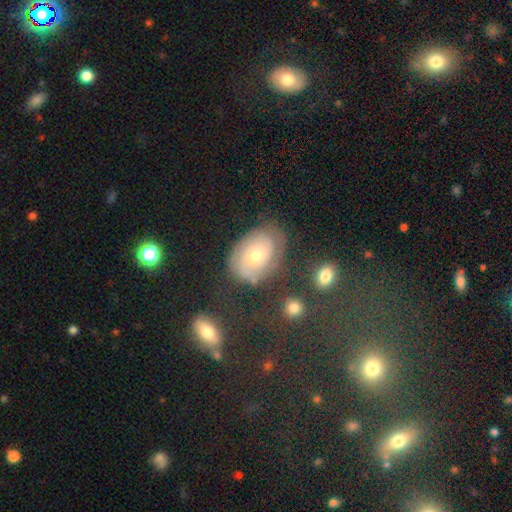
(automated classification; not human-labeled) A featured or disk galaxy (58%) with no bar (74%), spiral arms (80%) and a moderate central bulge (58%).

Vote fractions:
- Smooth or featured? featured or disk: 58% / smooth: 33% / star or artifact: 9%
- Edge-on disk? no: 96% / yes: 4%
- Bar? no: 74% / weak: 23% / strong: 4%
- Spiral arms? yes: 80% / no: 20%
- Bulge size? moderate: 58% / small: 36% / large: 4% / none: 1% / dominant: 1%
- Merging? none: 66% / minor disturbance: 20% / major disturbance: 9% / merger: 4%